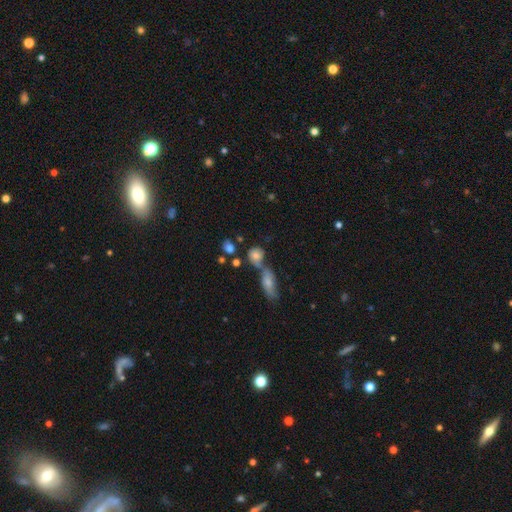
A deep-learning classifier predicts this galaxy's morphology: smooth_or_featured: smooth (p=0.75) [alt: featured or disk p=0.15]
how_rounded: round (p=0.63) [alt: in between p=0.33]
merging: none (p=0.42) [alt: merger p=0.40]